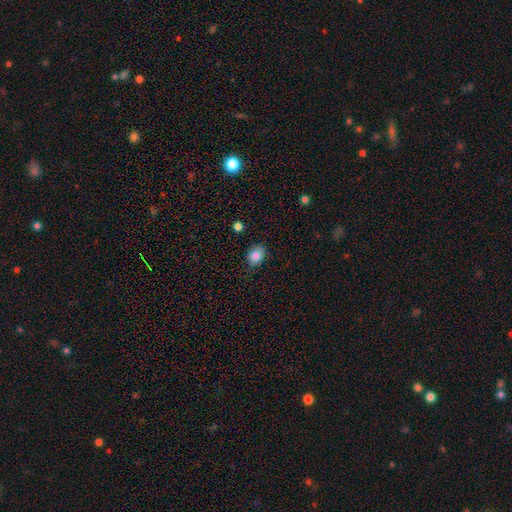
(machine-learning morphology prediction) A smooth galaxy with no disk features (84%) that is in between round and cigar-shaped (55%). Merging: none (79%).